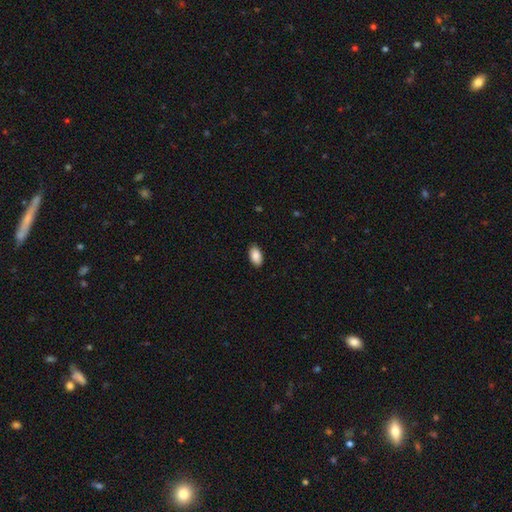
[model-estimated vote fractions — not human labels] smooth_or_featured: smooth (p=0.90) [alt: star or artifact p=0.07]
how_rounded: in between (p=0.95) [alt: round p=0.03]
merging: none (p=0.88) [alt: minor disturbance p=0.09]